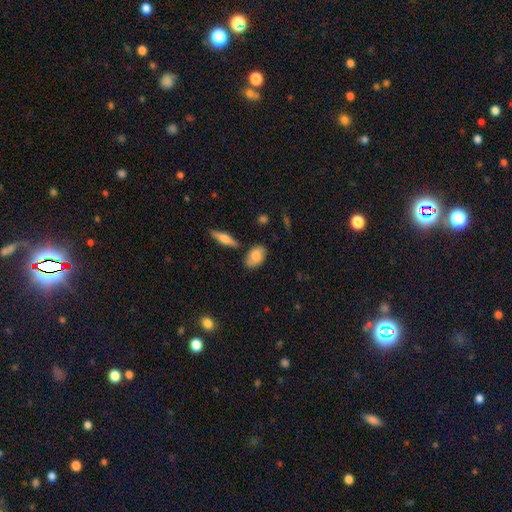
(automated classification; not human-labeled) smooth-or-featured: smooth: 73% | featured or disk: 21% | star or artifact: 6%
  how-rounded: in between: 86% | round: 10% | cigar-shaped: 4%
  merging: none: 72% | minor disturbance: 19% | merger: 6% | major disturbance: 4%